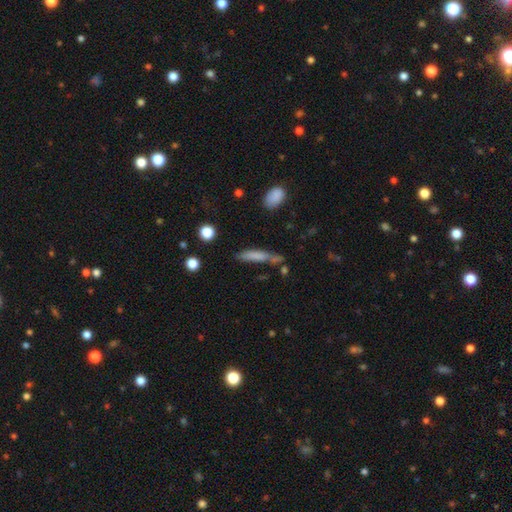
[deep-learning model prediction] Smooth or featured: smooth — 72% (featured or disk — 19%)
How rounded: cigar-shaped — 81% (in between — 16%)
Merging: none — 54% (minor disturbance — 24%)